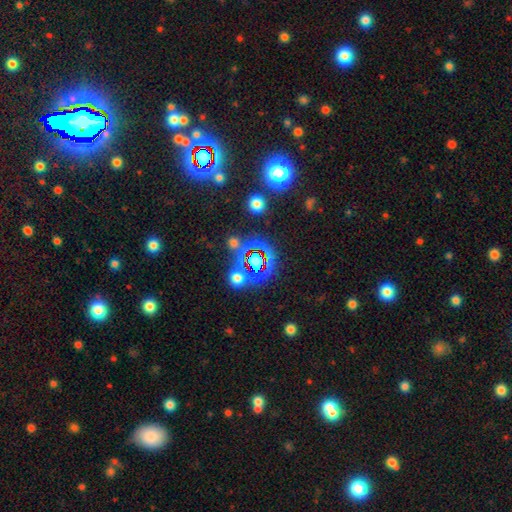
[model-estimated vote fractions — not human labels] Smooth or featured?
  - star or artifact: 74% *
  - smooth: 15%
  - featured or disk: 11%